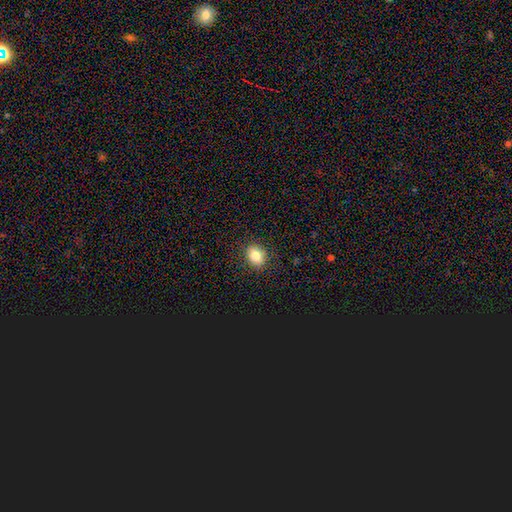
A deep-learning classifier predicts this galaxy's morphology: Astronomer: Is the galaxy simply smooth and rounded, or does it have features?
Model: smooth — 83%.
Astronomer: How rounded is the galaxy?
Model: in between — 54% (runner-up: round, 45%).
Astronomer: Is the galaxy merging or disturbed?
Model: none — 87%.